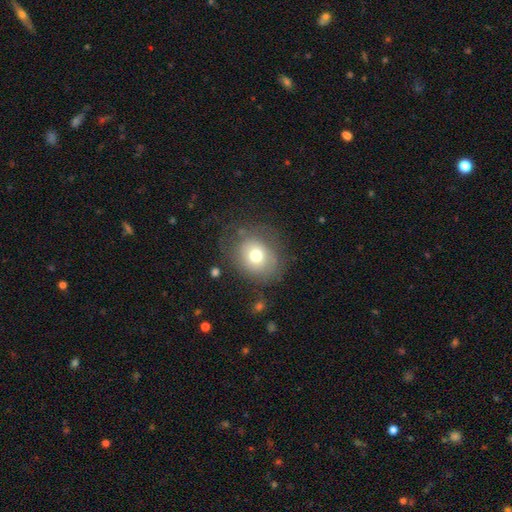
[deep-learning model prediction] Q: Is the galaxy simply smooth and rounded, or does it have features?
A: smooth — 68%.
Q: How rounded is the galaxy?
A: round — 58%.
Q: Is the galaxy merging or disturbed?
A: none — 63%.